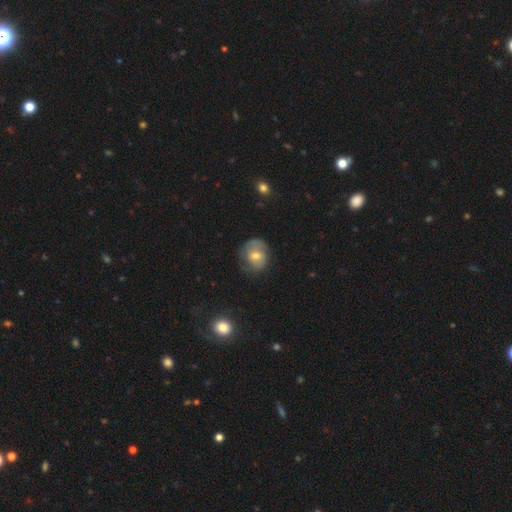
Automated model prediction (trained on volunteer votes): Smooth or featured? Predicted: smooth (p=0.47). Merging? Predicted: none (p=0.61).